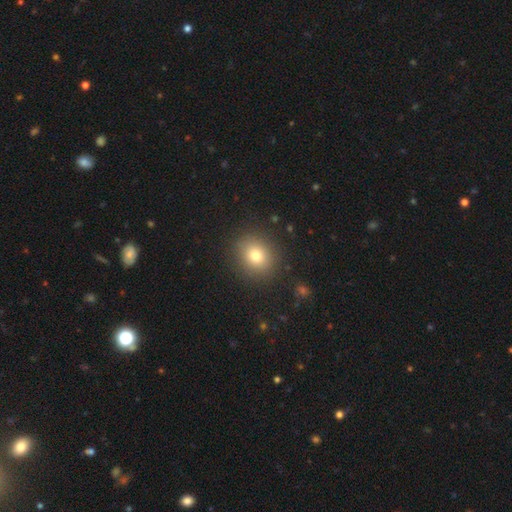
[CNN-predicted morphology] A smooth galaxy with no disk features (77%) that is round (74%).

Vote fractions:
- Smooth or featured? smooth: 77% / star or artifact: 13% / featured or disk: 10%
- How rounded? round: 74% / in between: 25% / cigar-shaped: 1%
- Merging? none: 88% / minor disturbance: 7% / major disturbance: 3% / merger: 1%